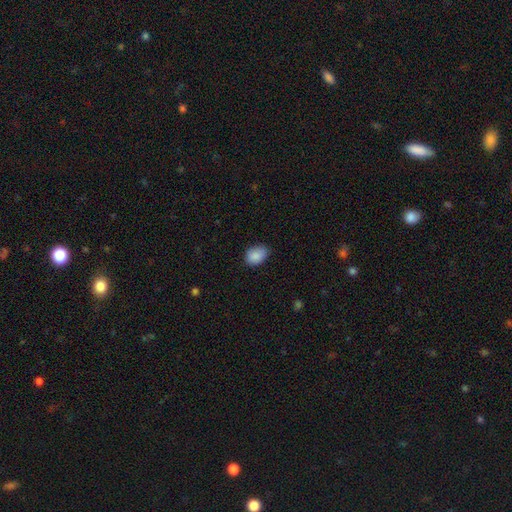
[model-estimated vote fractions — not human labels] This appears to be a smooth galaxy with no disk features (88%) that is in between round and cigar-shaped (78%). Merging: none (72%).